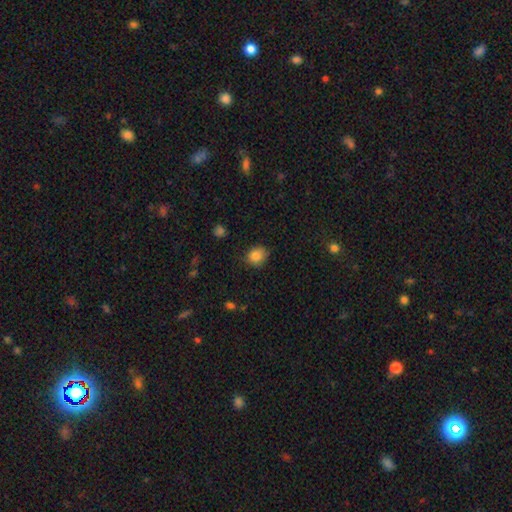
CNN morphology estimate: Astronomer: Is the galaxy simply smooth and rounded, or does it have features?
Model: smooth — 84%.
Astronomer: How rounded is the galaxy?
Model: round — 70%.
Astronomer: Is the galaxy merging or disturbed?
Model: none — 80%.